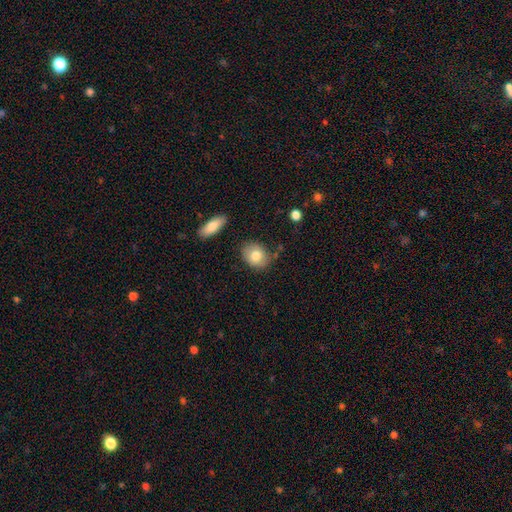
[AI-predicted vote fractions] Overall: smooth (79%). How rounded: in between (58%; round 40%). Merging: none (80%).